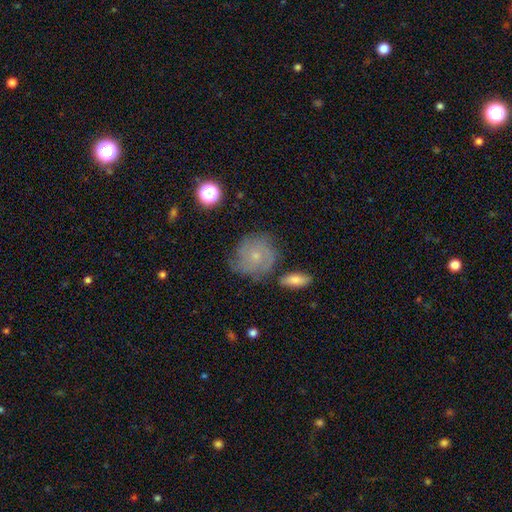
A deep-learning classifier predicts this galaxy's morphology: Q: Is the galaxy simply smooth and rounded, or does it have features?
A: featured or disk — 61%.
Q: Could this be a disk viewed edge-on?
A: no — 97%.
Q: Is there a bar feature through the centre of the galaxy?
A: no — 81%.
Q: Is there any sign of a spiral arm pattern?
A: yes — 87%.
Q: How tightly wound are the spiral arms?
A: tight — 57%.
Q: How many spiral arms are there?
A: can't tell — 38%.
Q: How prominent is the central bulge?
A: small — 72%.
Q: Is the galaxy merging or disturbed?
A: none — 65%.